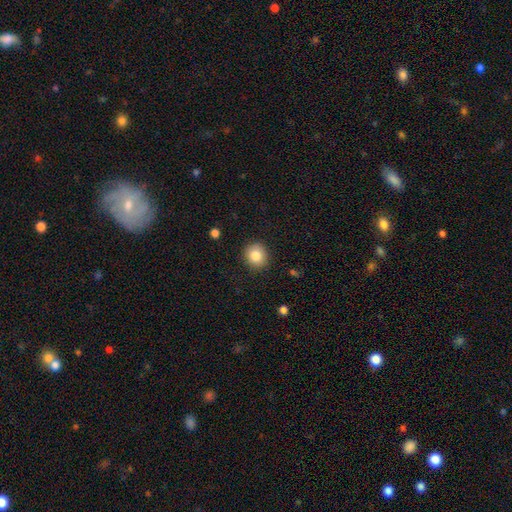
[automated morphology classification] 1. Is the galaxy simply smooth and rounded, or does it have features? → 83% smooth, 9% star or artifact, 8% featured or disk.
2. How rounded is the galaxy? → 85% round, 14% in between, 1% cigar-shaped.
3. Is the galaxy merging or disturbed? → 90% none, 7% minor disturbance, 2% major disturbance, 1% merger.